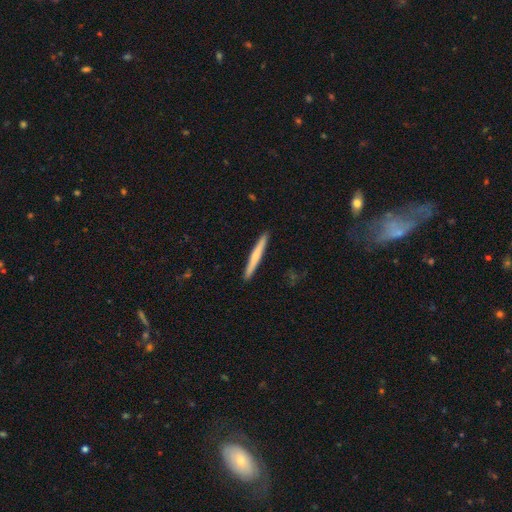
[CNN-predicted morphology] smooth-or-featured: smooth: 61% | featured or disk: 34% | star or artifact: 5%
  how-rounded: cigar-shaped: 97% | in between: 2% | round: 1%
  merging: none: 92% | minor disturbance: 6% | major disturbance: 1% | merger: 1%